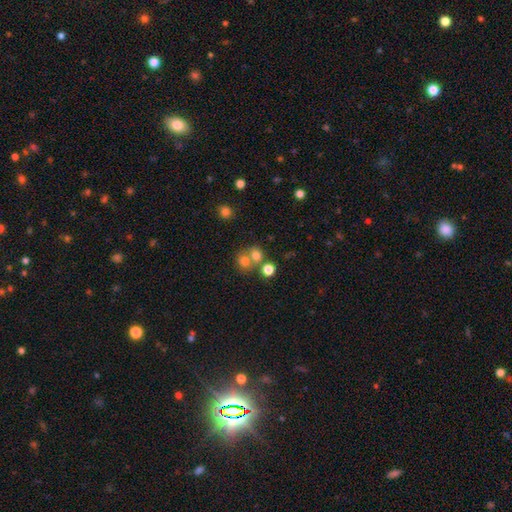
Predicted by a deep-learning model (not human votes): A smooth galaxy with no disk features (72%) that is round (77%).

Vote fractions:
- Smooth or featured? smooth: 72% / star or artifact: 17% / featured or disk: 11%
- How rounded? round: 77% / in between: 22% / cigar-shaped: 1%
- Merging? none: 47% / merger: 42% / minor disturbance: 7% / major disturbance: 4%